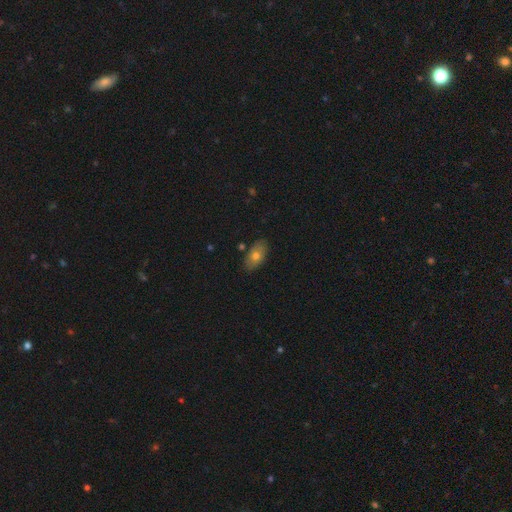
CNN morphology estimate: Smooth or featured: smooth — 68% (featured or disk — 24%)
How rounded: in between — 92% (round — 6%)
Merging: none — 82% (minor disturbance — 13%)